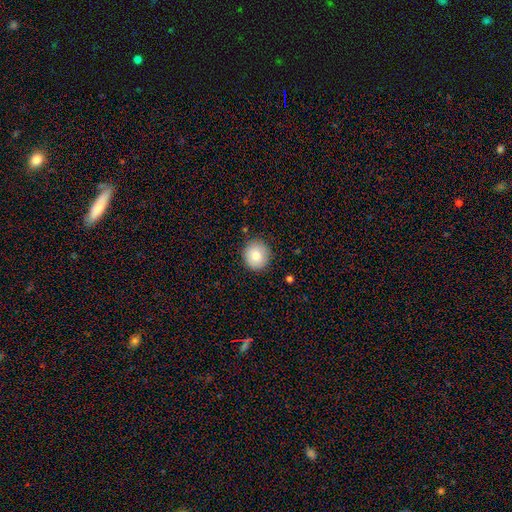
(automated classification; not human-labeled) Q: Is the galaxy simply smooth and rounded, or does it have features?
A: smooth — 84%.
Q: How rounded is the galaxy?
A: round — 90%.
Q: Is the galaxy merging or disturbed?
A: none — 88%.